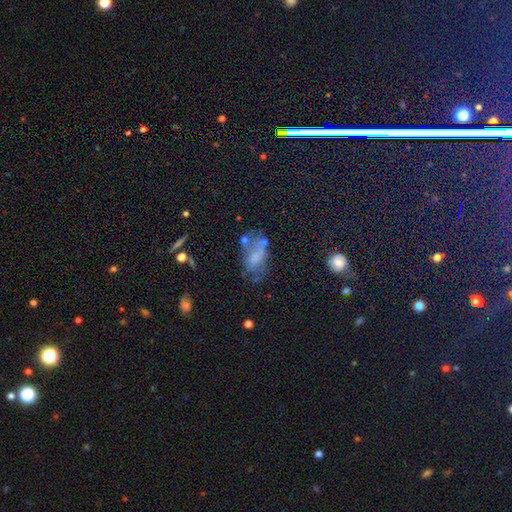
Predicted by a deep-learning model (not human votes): This appears to be a smooth galaxy with no disk features (50%) that is in between round and cigar-shaped (85%). Merging: none (38%).